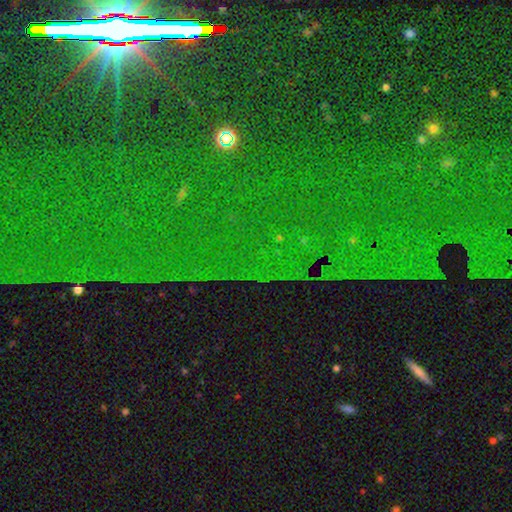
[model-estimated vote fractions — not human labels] Smooth or featured: star or artifact — 86% (featured or disk — 7%)